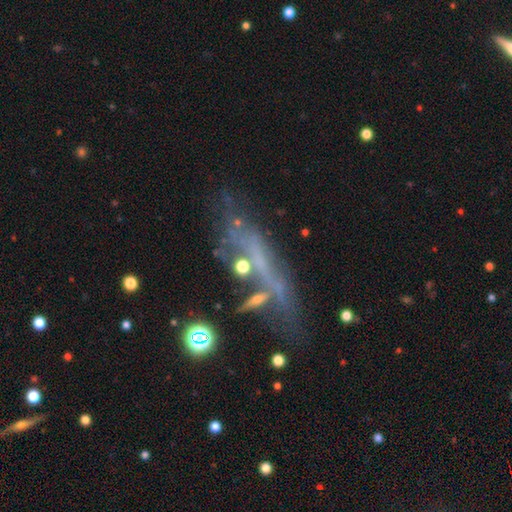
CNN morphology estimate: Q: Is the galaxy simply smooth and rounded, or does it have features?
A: featured or disk — 51%.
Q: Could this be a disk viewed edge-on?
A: yes — 57%.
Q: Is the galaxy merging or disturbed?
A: none — 40%.